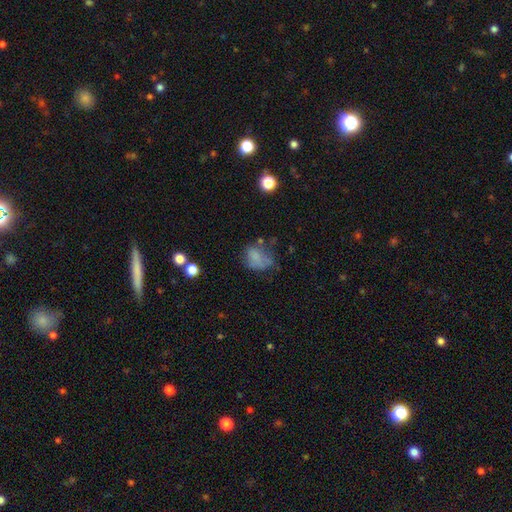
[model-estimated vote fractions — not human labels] Morphology: type=smooth (66%); roundness=in between (60%); merging=none (36%).